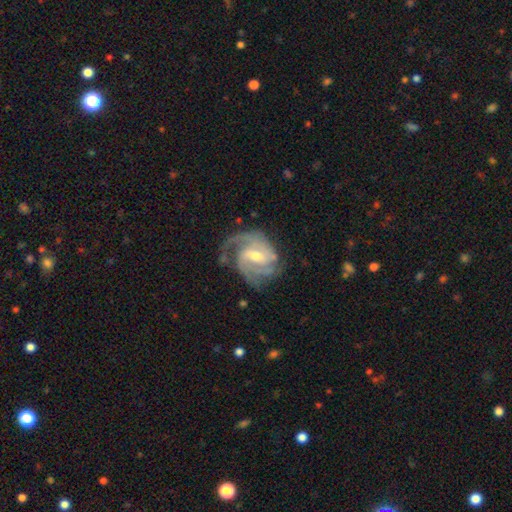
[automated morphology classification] Overall: featured or disk (91%). Edge-on disk: no (98%). Bar: weak (54%; strong 24%). Spiral arms: yes (98%). Spiral arm count: 2 (40%; 3 33%). Spiral winding: tight (46%; medium 44%). Bulge size: moderate (58%; small 38%). Merging: none (65%).